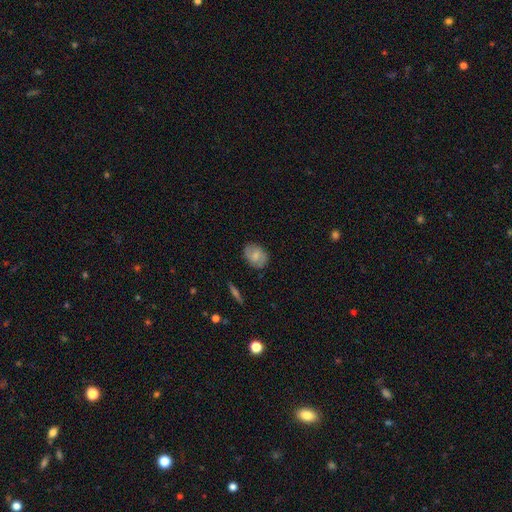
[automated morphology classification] The model was most divided on "how rounded": in between: 67%, round: 32%, cigar-shaped: 2%. More confident: merging — none (82%); smooth or featured — smooth (67%).